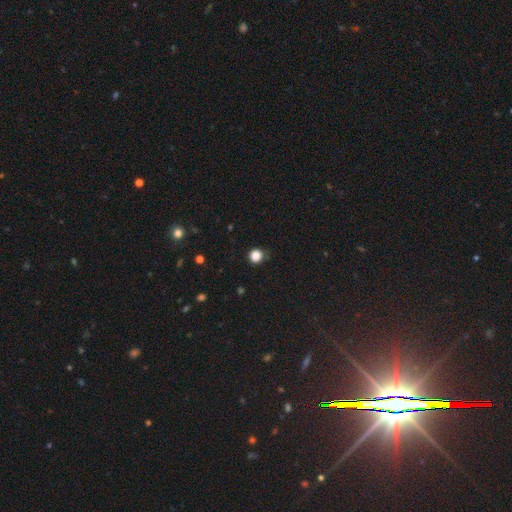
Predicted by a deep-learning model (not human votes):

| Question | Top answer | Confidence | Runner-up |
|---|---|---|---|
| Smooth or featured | smooth | 85% | star or artifact (12%) |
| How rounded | round | 91% | in between (8%) |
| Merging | none | 82% | minor disturbance (13%) |